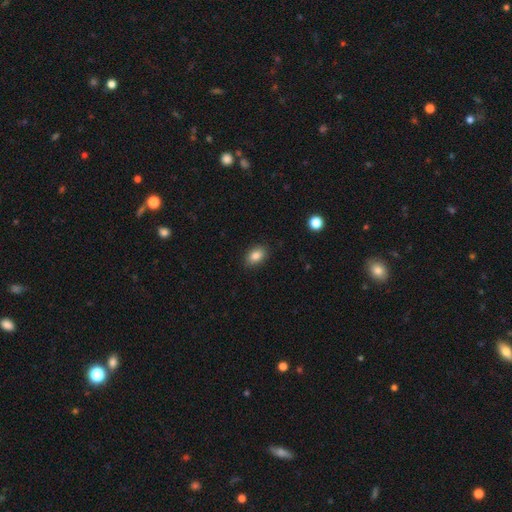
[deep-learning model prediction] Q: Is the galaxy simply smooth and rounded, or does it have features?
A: smooth — 85%.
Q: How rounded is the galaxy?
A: in between — 84%.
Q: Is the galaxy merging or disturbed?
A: none — 88%.